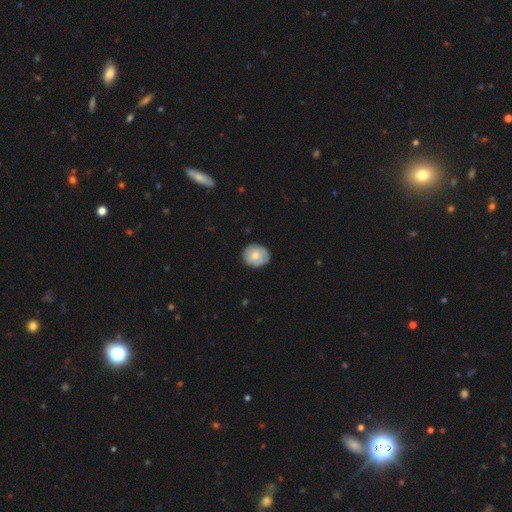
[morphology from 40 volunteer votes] Q: Smooth or featured?
A: smooth (55%); runner-up: featured or disk (38%)
Q: How rounded?
A: round (82%); runner-up: in between (18%)
Q: Merging?
A: none (84%); runner-up: minor disturbance (14%)